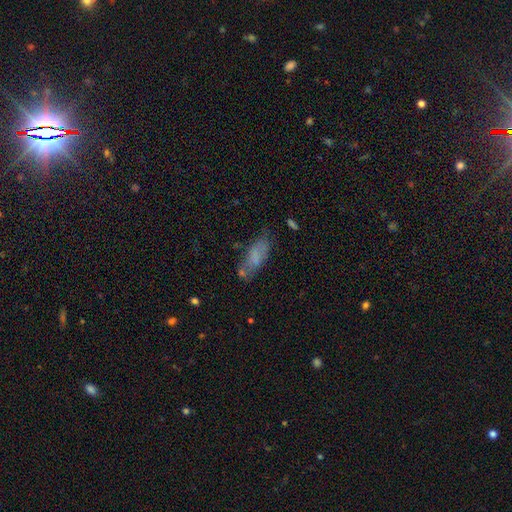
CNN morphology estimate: Smooth or featured?
  - smooth: 68% *
  - featured or disk: 22%
  - star or artifact: 10%
How rounded?
  - in between: 66% *
  - cigar-shaped: 32%
  - round: 2%
Merging?
  - none: 56% *
  - minor disturbance: 23%
  - major disturbance: 11%
  - merger: 10%